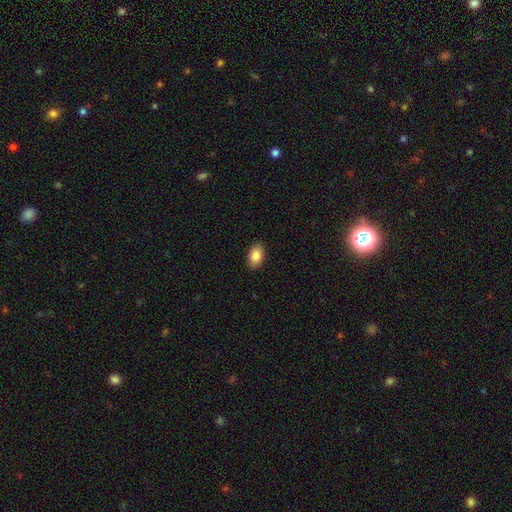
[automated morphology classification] This is clearly a smooth galaxy (86%). How rounded: clearly in between (91%). Merging: clearly none (89%).